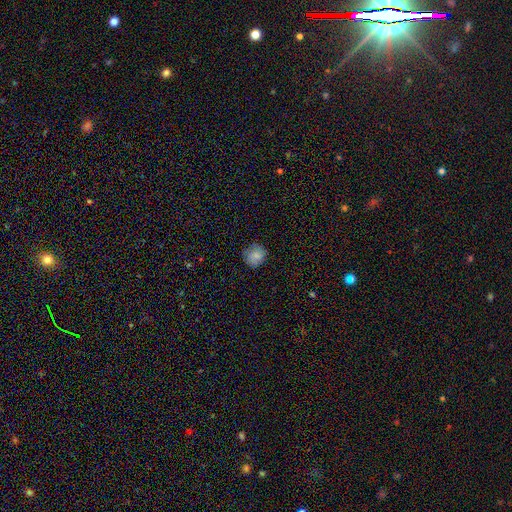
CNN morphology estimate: Smooth or featured? smooth (83%)
How rounded? round (87%)
Merging? none (78%)